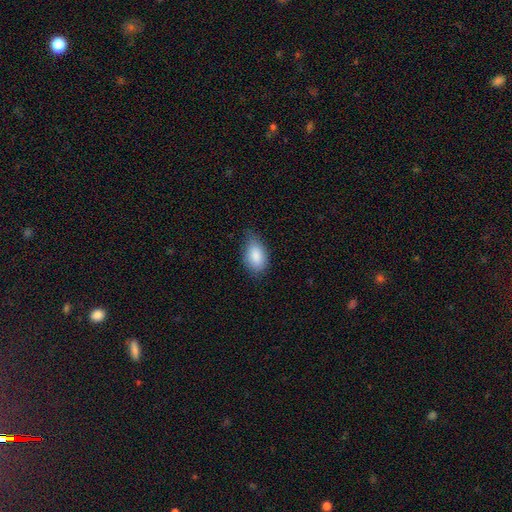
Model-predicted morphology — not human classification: This appears to be a smooth galaxy with no disk features (87%) that is in between round and cigar-shaped (91%). Merging: none (63%).